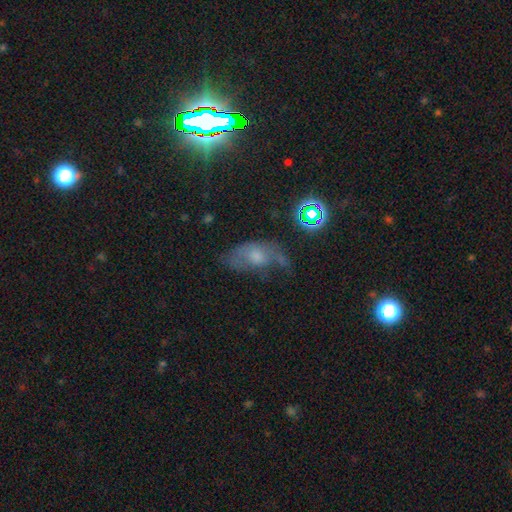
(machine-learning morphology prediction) type=smooth (47%); merging=major disturbance (33%, tied with none).